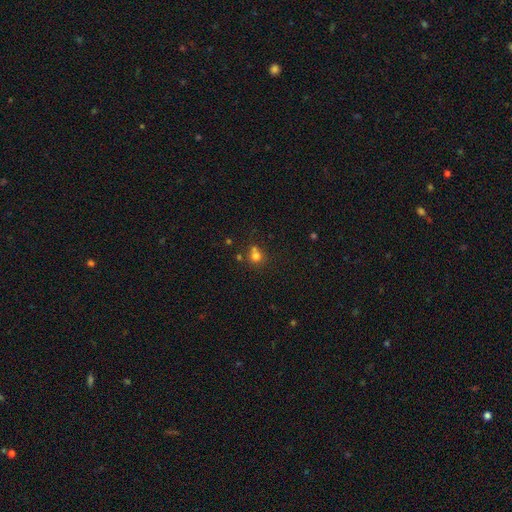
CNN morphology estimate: Smooth or featured: smooth — 74% (star or artifact — 16%)
How rounded: round — 85% (in between — 14%)
Merging: none — 54% (merger — 31%)